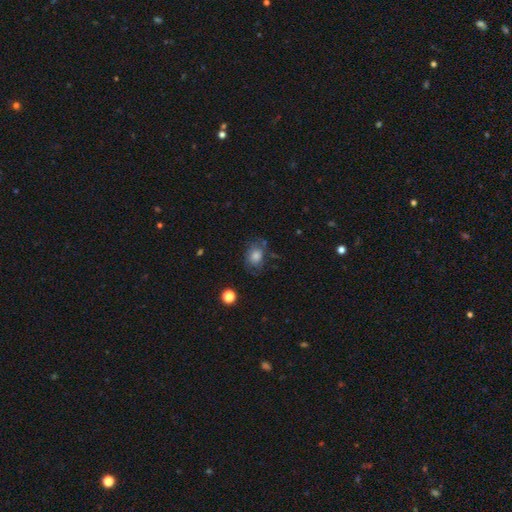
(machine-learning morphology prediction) Overall: smooth (64%). How rounded: in between (58%; round 41%). Merging: none (64%).